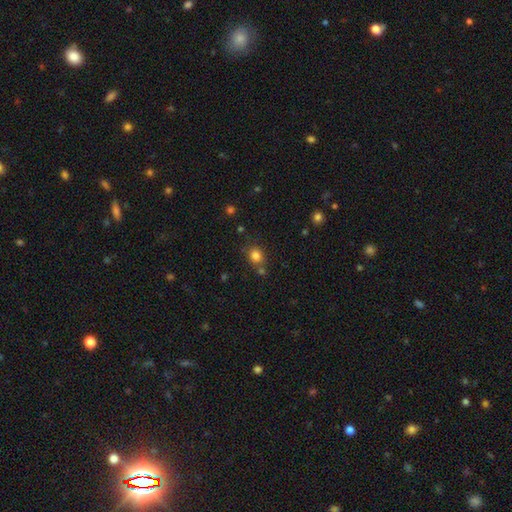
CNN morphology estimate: smooth_or_featured: smooth (p=0.81) [alt: star or artifact p=0.13]
how_rounded: round (p=0.67) [alt: in between p=0.32]
merging: none (p=0.68) [alt: minor disturbance p=0.14]